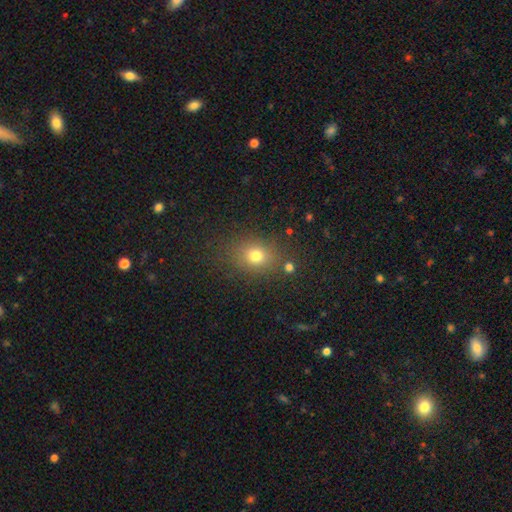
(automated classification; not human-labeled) The model was most divided on "how rounded": round: 53%, in between: 46%, cigar-shaped: 1%. More confident: merging — none (79%); smooth or featured — smooth (75%).